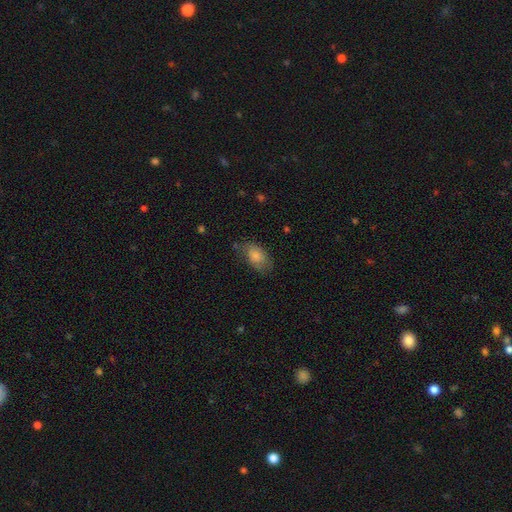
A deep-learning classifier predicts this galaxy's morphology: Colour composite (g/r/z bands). It shows a smooth galaxy with no disk features (80%) that is in between round and cigar-shaped (90%). Merging: none (62%).